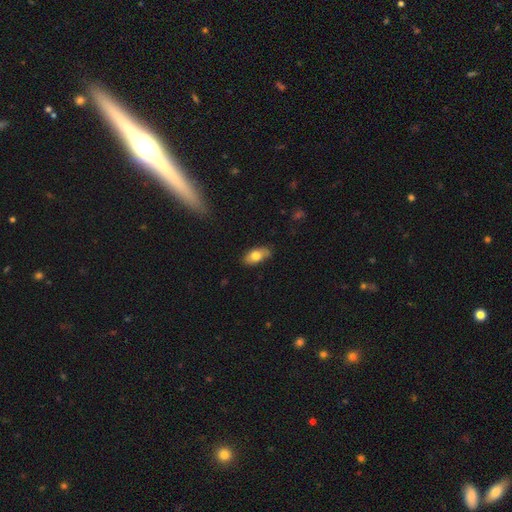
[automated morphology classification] Smooth or featured? Predicted: smooth (p=0.74). How rounded? Predicted: in between (p=0.89). Merging? Predicted: none (p=0.80).